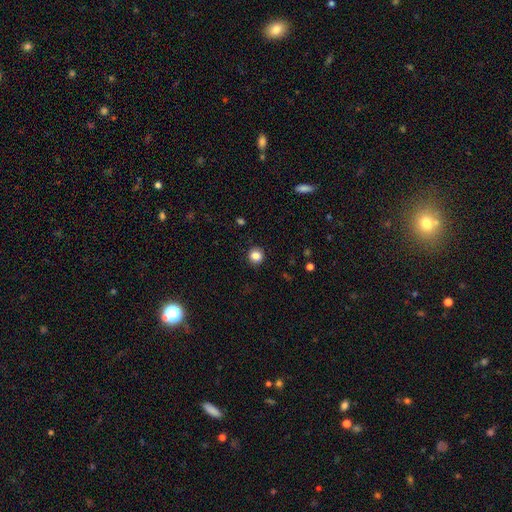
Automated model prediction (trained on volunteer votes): Q: Smooth or featured?
A: smooth (85%); runner-up: star or artifact (10%)
Q: How rounded?
A: round (91%); runner-up: in between (8%)
Q: Merging?
A: none (91%); runner-up: minor disturbance (6%)